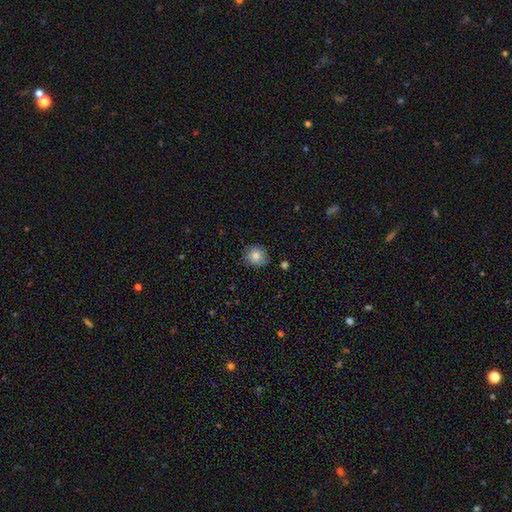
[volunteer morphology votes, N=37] Q: Smooth or featured?
A: smooth (84%); runner-up: featured or disk (11%)
Q: How rounded?
A: round (90%); runner-up: in between (10%)
Q: Merging?
A: none (83%); runner-up: minor disturbance (14%)